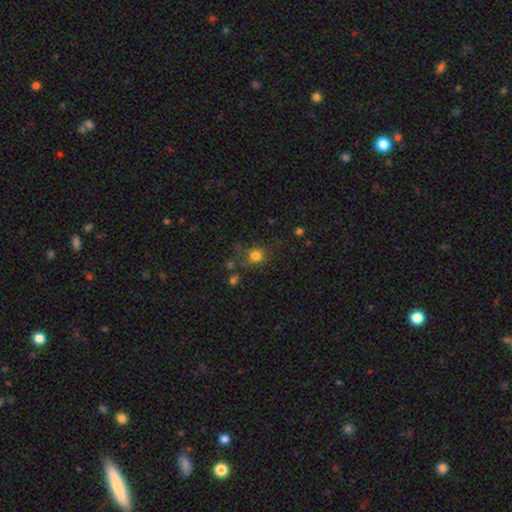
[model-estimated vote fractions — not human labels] The model was most divided on "merging": none: 68%, minor disturbance: 17%, major disturbance: 9%, merger: 6%. More confident: how rounded — round (82%); smooth or featured — smooth (79%).